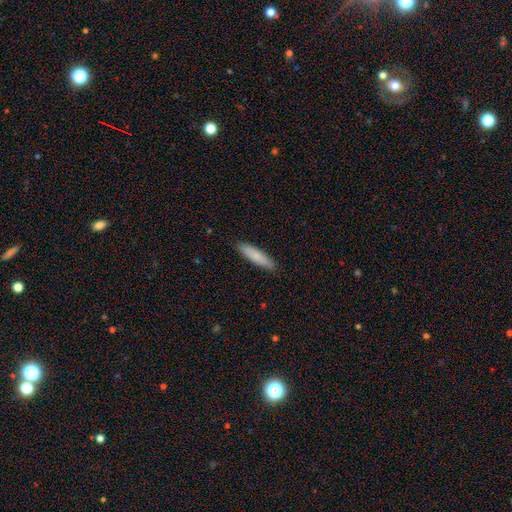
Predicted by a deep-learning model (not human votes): smooth_or_featured: smooth (p=0.82) [alt: featured or disk p=0.12]
how_rounded: cigar-shaped (p=0.78) [alt: in between p=0.20]
merging: none (p=0.90) [alt: minor disturbance p=0.08]